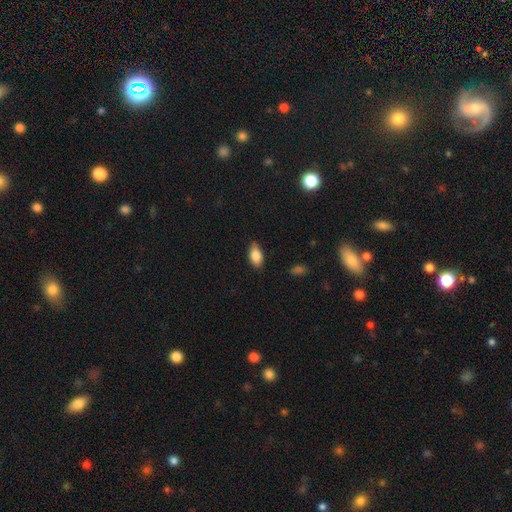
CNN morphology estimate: Overall: smooth (84%). How rounded: in between (91%). Merging: none (76%).